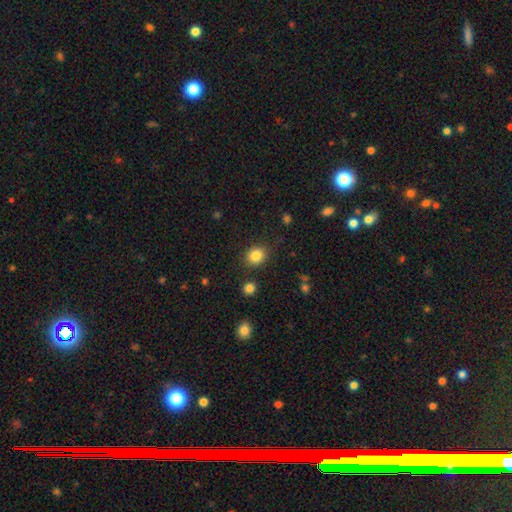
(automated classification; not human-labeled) This is clearly a smooth galaxy (84%). How rounded: likely round (69%). Merging: clearly none (86%).